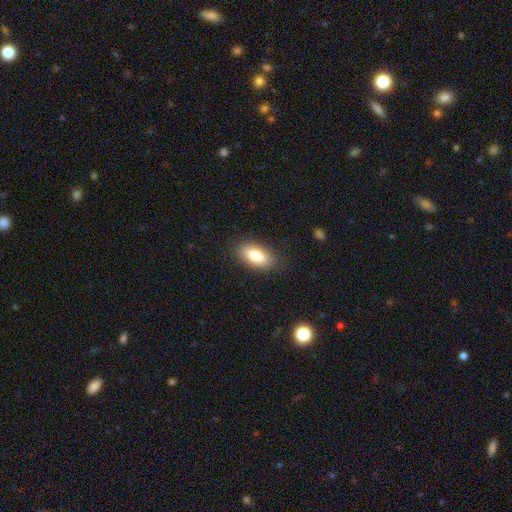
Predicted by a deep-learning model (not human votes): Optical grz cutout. It shows a smooth galaxy with no disk features (83%) that is in between round and cigar-shaped (91%). Merging: none (87%).